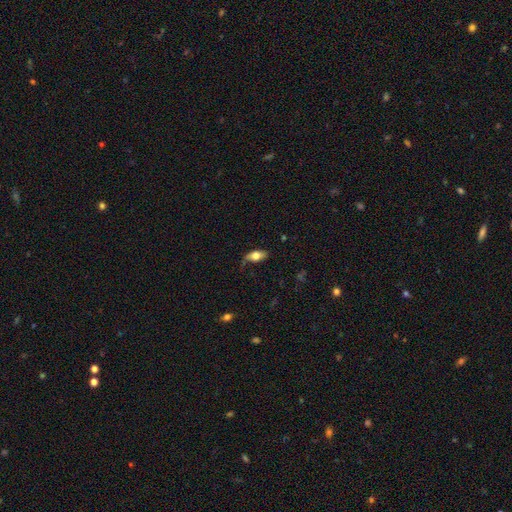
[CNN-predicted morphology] Smooth or featured: smooth — 66% (featured or disk — 27%)
How rounded: in between — 84% (cigar-shaped — 10%)
Merging: none — 52% (minor disturbance — 31%)